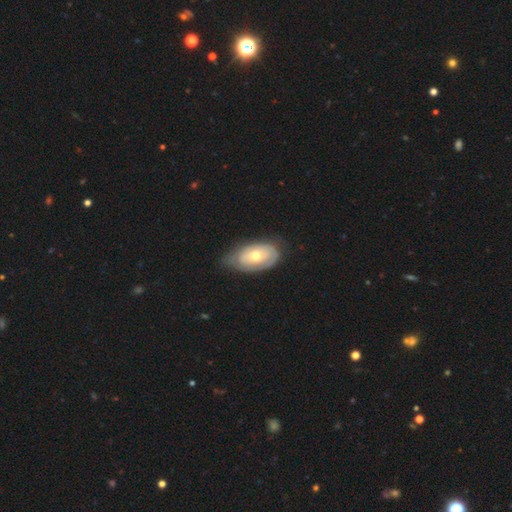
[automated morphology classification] A featured or disk galaxy (60%) with no bar (85%), spiral arms (57%) and a moderate central bulge (65%).

Vote fractions:
- Smooth or featured? featured or disk: 60% / smooth: 35% / star or artifact: 5%
- Edge-on disk? no: 92% / yes: 8%
- Bar? no: 85% / weak: 12% / strong: 3%
- Spiral arms? yes: 57% / no: 43%
- Bulge size? moderate: 65% / small: 29% / large: 4% / dominant: 1% / none: 1%
- Merging? none: 59% / minor disturbance: 30% / major disturbance: 10% / merger: 1%